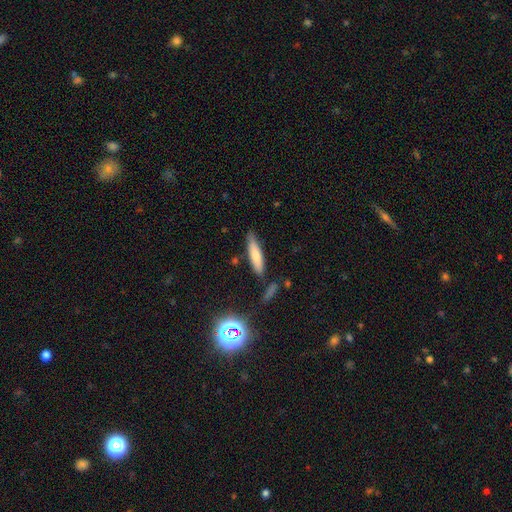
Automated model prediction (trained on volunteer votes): The model was most divided on "smooth or featured": smooth: 70%, featured or disk: 21%, star or artifact: 8%. More confident: merging — none (78%); how rounded — cigar-shaped (76%).